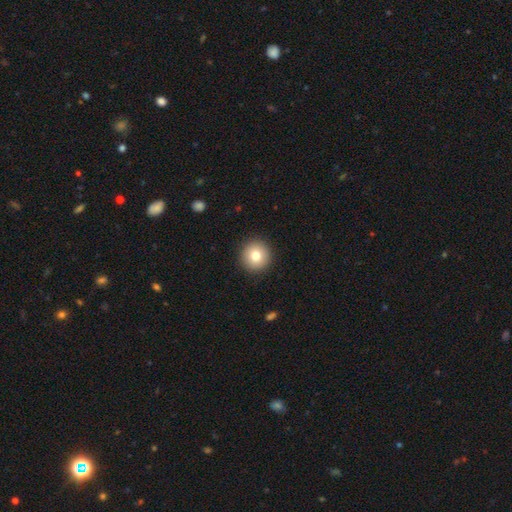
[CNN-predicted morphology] smooth-or-featured: smooth: 78% | featured or disk: 12% | star or artifact: 10%
  how-rounded: round: 95% | in between: 4% | cigar-shaped: 1%
  merging: none: 93% | minor disturbance: 5% | major disturbance: 2% | merger: 1%